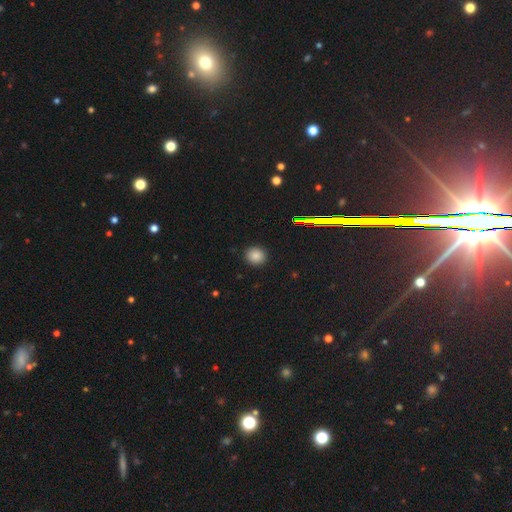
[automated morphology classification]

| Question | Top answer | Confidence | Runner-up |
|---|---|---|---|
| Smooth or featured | smooth | 84% | star or artifact (13%) |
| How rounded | round | 85% | in between (14%) |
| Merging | none | 91% | minor disturbance (6%) |